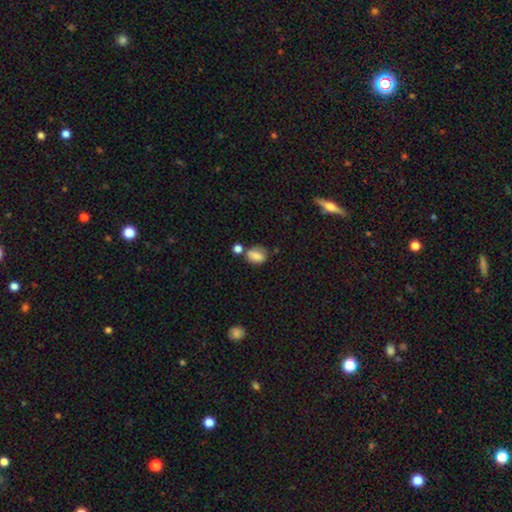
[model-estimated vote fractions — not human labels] A smooth galaxy with no disk features (80%) that is in between round and cigar-shaped (65%). Merging: none (55%).